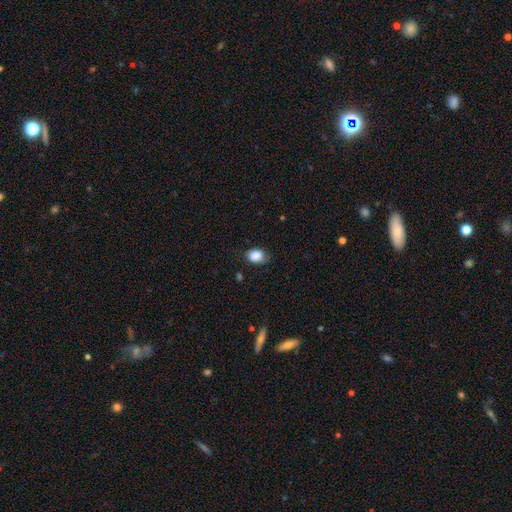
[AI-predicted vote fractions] Smooth or featured?
  - smooth: 86% *
  - star or artifact: 8%
  - featured or disk: 6%
How rounded?
  - in between: 74% *
  - round: 25%
  - cigar-shaped: 1%
Merging?
  - none: 64% *
  - minor disturbance: 28%
  - major disturbance: 7%
  - merger: 2%